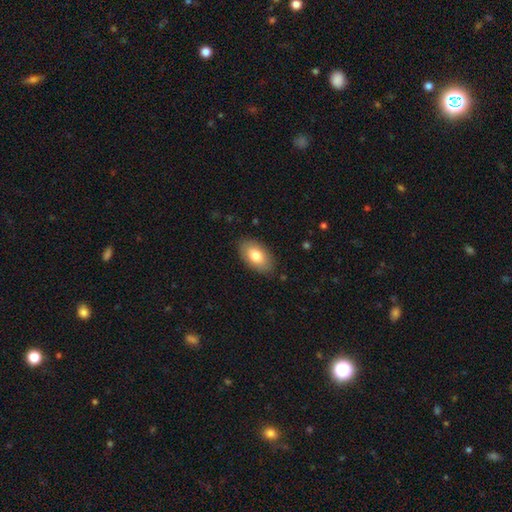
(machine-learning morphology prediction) Smooth or featured? smooth (77%)
How rounded? in between (93%)
Merging? none (85%)